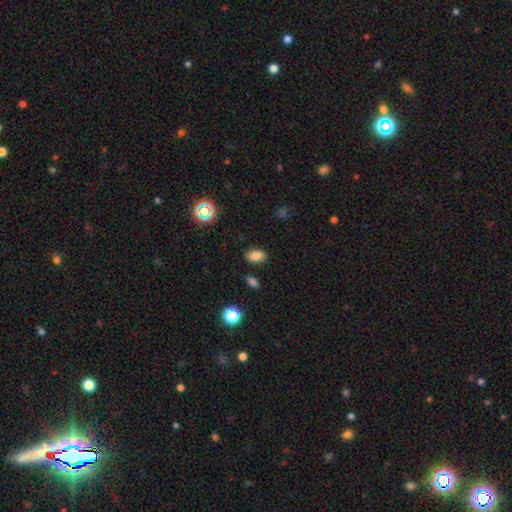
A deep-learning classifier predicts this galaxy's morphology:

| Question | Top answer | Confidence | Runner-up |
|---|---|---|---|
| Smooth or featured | smooth | 81% | star or artifact (13%) |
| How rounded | in between | 88% | round (10%) |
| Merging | none | 84% | minor disturbance (10%) |